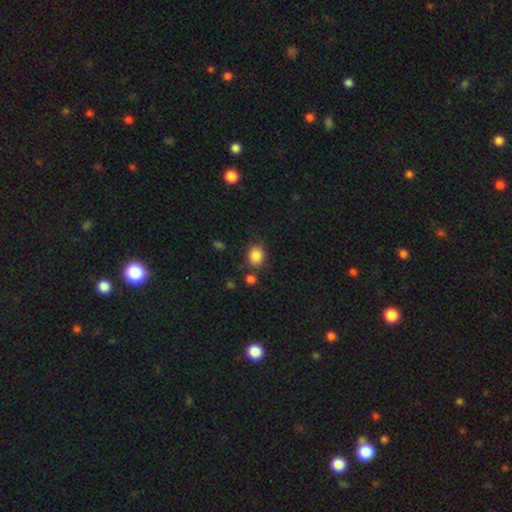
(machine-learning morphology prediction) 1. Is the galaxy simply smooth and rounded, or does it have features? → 86% smooth, 10% star or artifact, 4% featured or disk.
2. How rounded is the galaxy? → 59% round, 40% in between, 1% cigar-shaped.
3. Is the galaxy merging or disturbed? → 77% none, 13% minor disturbance, 6% merger, 4% major disturbance.